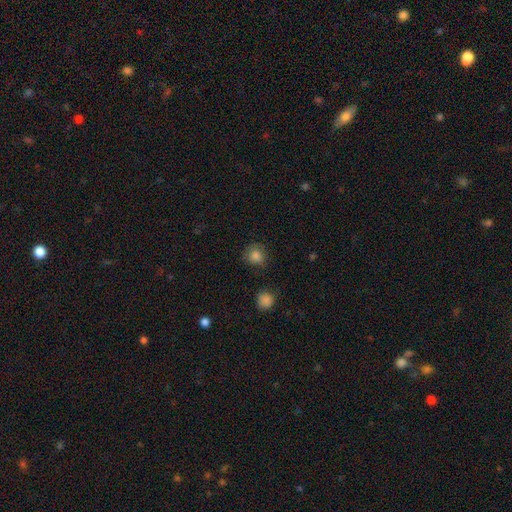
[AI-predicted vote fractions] Smooth or featured? Predicted: smooth (p=0.81). How rounded? Predicted: round (p=0.82). Merging? Predicted: none (p=0.71).